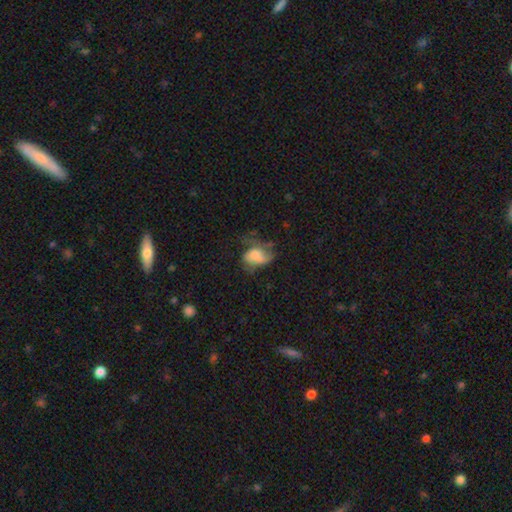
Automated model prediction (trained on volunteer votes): A smooth galaxy with no disk features (55%) that is in between round and cigar-shaped (80%). Merging: major disturbance (42%).